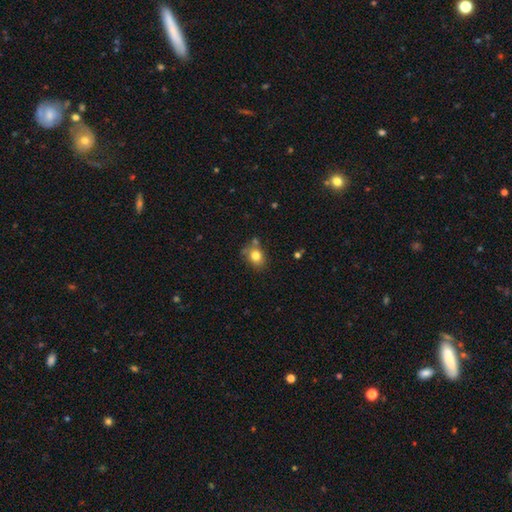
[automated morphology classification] Q: Smooth or featured?
A: smooth (80%); runner-up: star or artifact (10%)
Q: How rounded?
A: in between (50%); runner-up: round (49%)
Q: Merging?
A: none (66%); runner-up: minor disturbance (19%)